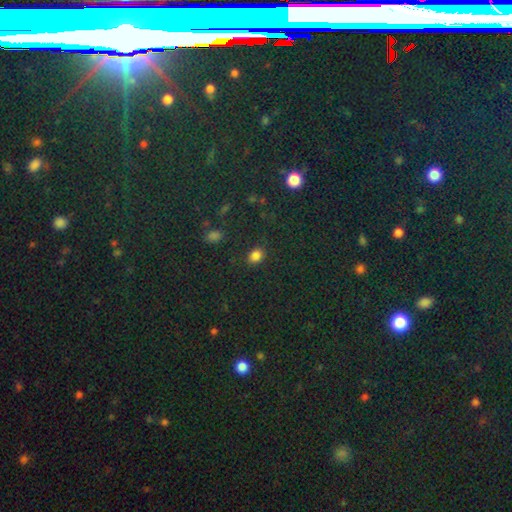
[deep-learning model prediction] Smooth or featured? smooth (82%)
How rounded? in between (63%)
Merging? none (84%)